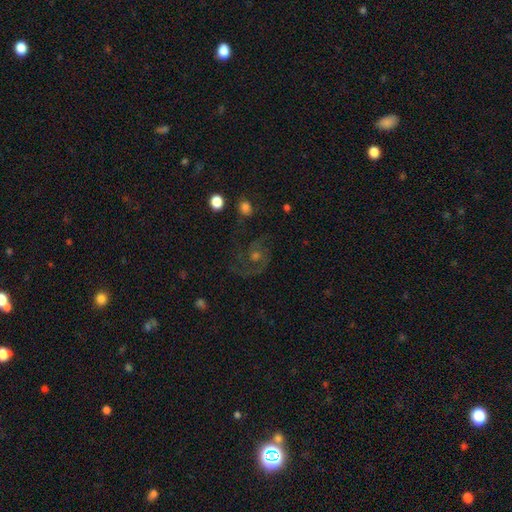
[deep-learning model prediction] Overall: featured or disk (70%). Edge-on disk: no (98%). Bar: no (73%). Spiral arms: yes (90%). Spiral arm count: 2 (59%). Spiral winding: medium (51%; tight 25%). Bulge size: moderate (53%; small 33%). Merging: none (62%).